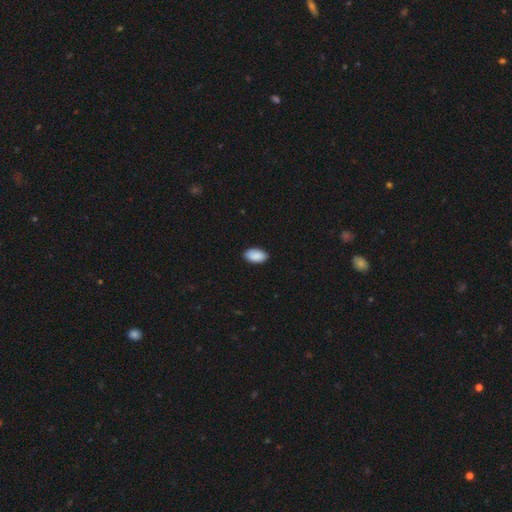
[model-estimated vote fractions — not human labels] Smooth or featured? smooth (91%)
How rounded? in between (95%)
Merging? none (89%)